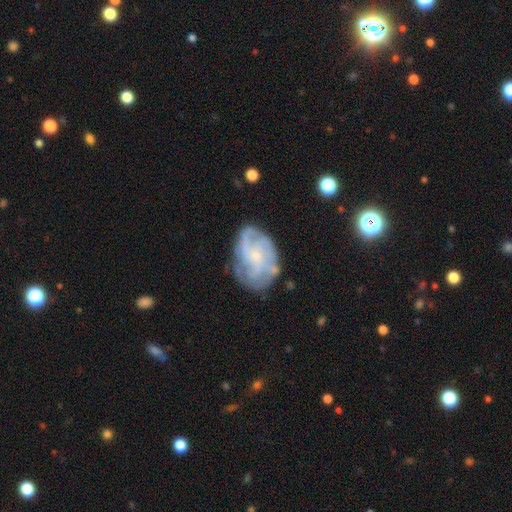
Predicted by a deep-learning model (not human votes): smooth_or_featured: featured or disk (p=0.78) [alt: smooth p=0.16]
disk_edge_on: no (p=0.97) [alt: yes p=0.03]
bar: no (p=0.71) [alt: weak p=0.25]
has_spiral_arms: yes (p=0.89) [alt: no p=0.11]
spiral_winding: tight (p=0.42) [alt: medium p=0.40]
spiral_arm_count: can't tell (p=0.35) [alt: 3 p=0.23]
bulge_size: small (p=0.71) [alt: moderate p=0.20]
merging: none (p=0.67) [alt: minor disturbance p=0.21]